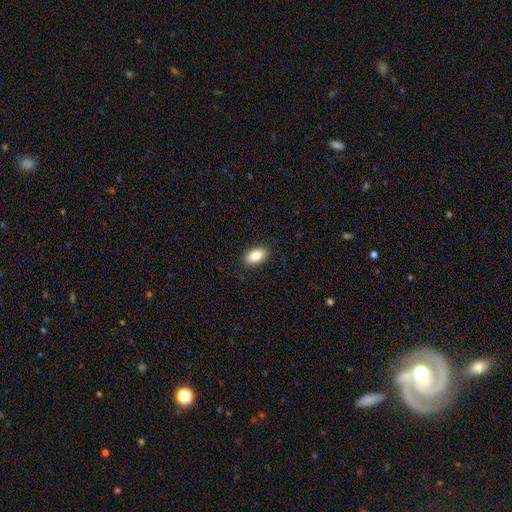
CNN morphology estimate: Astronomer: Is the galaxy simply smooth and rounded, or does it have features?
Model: smooth — 84%.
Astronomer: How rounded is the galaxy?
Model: in between — 91%.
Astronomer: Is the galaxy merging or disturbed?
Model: none — 89%.